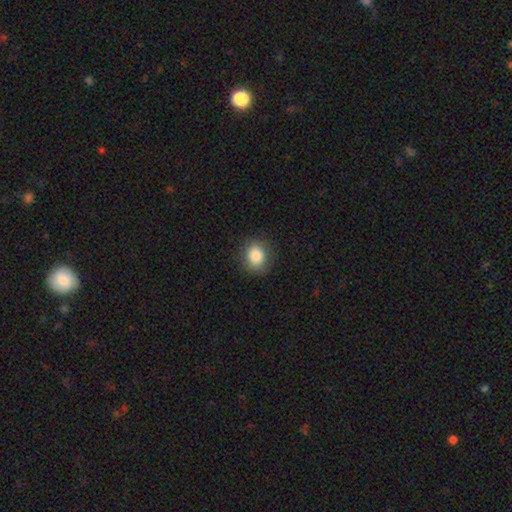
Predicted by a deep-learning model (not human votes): Q: Smooth or featured?
A: smooth (84%); runner-up: star or artifact (9%)
Q: How rounded?
A: round (71%); runner-up: in between (28%)
Q: Merging?
A: none (85%); runner-up: minor disturbance (11%)